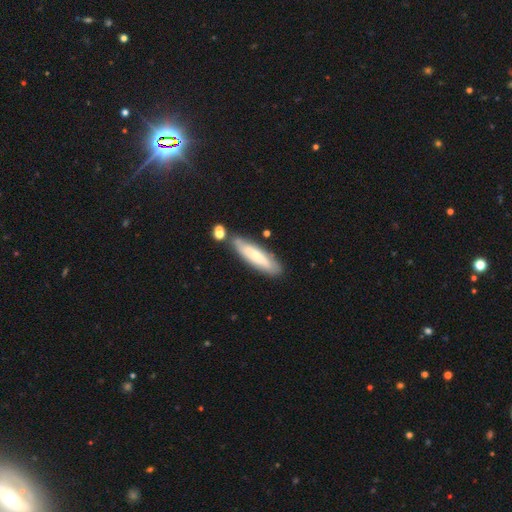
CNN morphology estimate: This is likely a smooth galaxy (61%). How rounded: likely cigar-shaped (72%). Merging: likely none (72%).